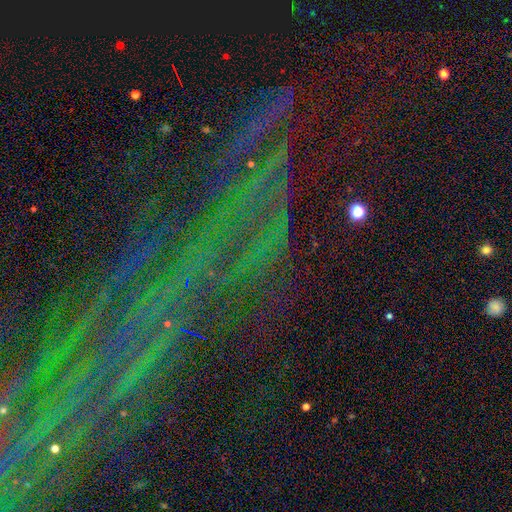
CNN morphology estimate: The model was most divided on "smooth or featured": star or artifact: 79%, featured or disk: 12%, smooth: 9%.